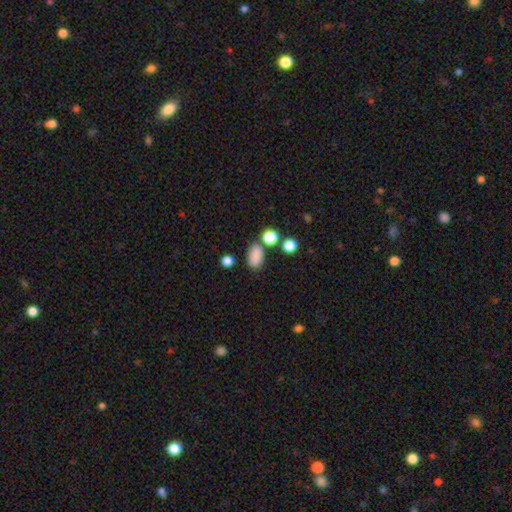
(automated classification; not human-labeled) Smooth or featured? Predicted: smooth (p=0.85). How rounded? Predicted: in between (p=0.87). Merging? Predicted: none (p=0.72).